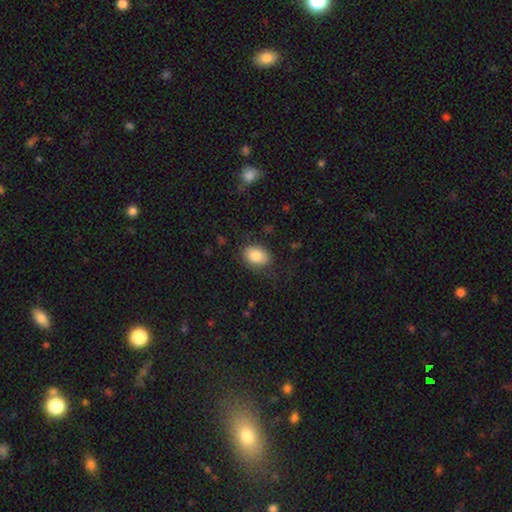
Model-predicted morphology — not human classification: Q: Smooth or featured?
A: smooth (84%); runner-up: featured or disk (9%)
Q: How rounded?
A: in between (78%); runner-up: round (21%)
Q: Merging?
A: none (71%); runner-up: minor disturbance (19%)